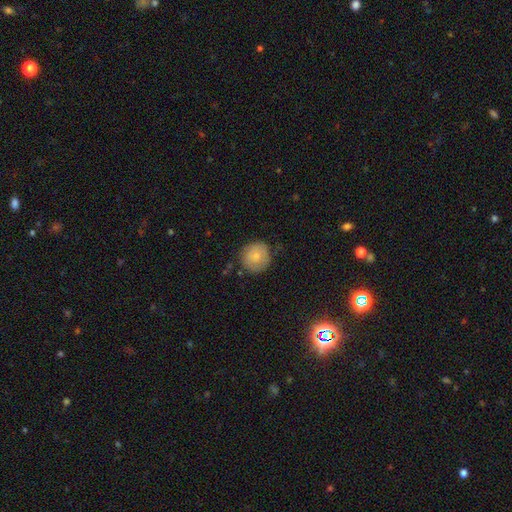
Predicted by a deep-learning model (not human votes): Overall: smooth (67%). How rounded: round (90%). Merging: none (74%).